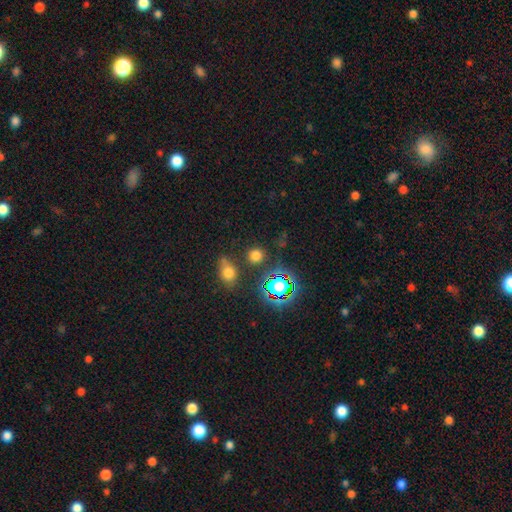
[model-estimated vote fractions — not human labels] The model was most divided on "smooth or featured": smooth: 69%, star or artifact: 26%, featured or disk: 6%. More confident: how rounded — round (86%); merging — none (81%).